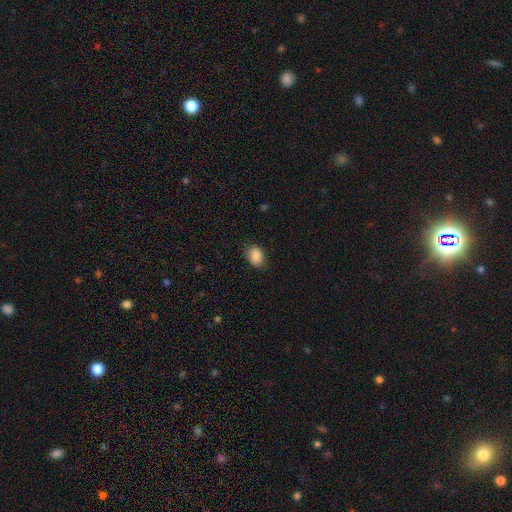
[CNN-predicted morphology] Smooth or featured? Predicted: smooth (p=0.87). How rounded? Predicted: in between (p=0.71). Merging? Predicted: none (p=0.83).